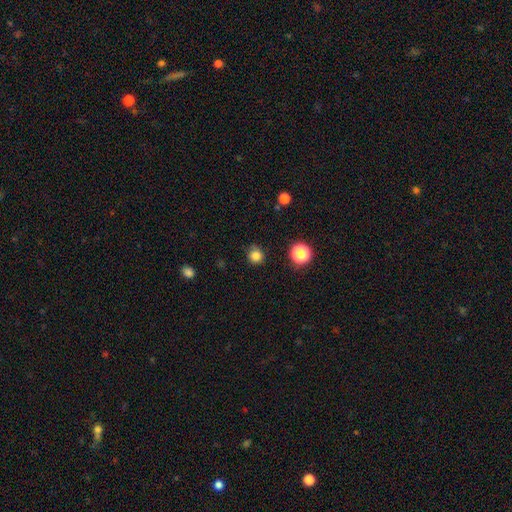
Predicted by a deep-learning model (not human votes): Smooth or featured? smooth (83%)
How rounded? round (91%)
Merging? none (84%)